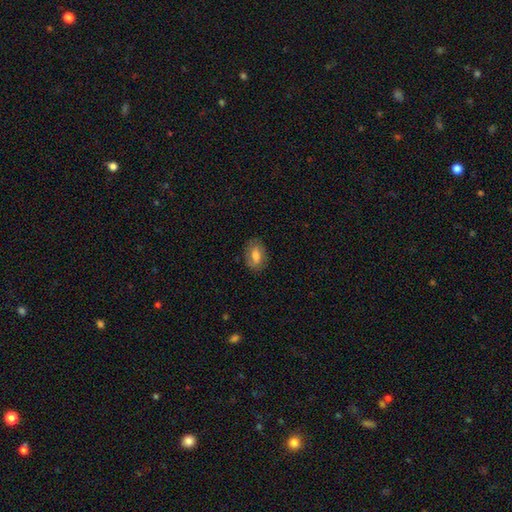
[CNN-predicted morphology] Smooth or featured? smooth (58%)
How rounded? in between (84%)
Merging? none (81%)